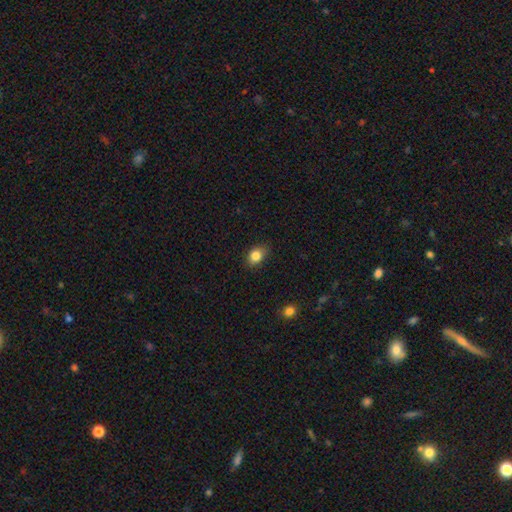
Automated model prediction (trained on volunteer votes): Smooth or featured? Predicted: smooth (p=0.84). How rounded? Predicted: in between (p=0.68). Merging? Predicted: none (p=0.82).